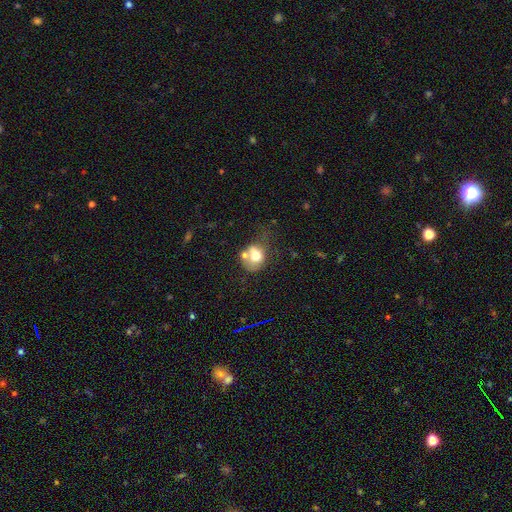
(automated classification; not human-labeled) smooth-or-featured: smooth: 64% | featured or disk: 26% | star or artifact: 10%
  how-rounded: round: 59% | in between: 40% | cigar-shaped: 1%
  merging: merger: 39% | none: 28% | minor disturbance: 19% | major disturbance: 14%